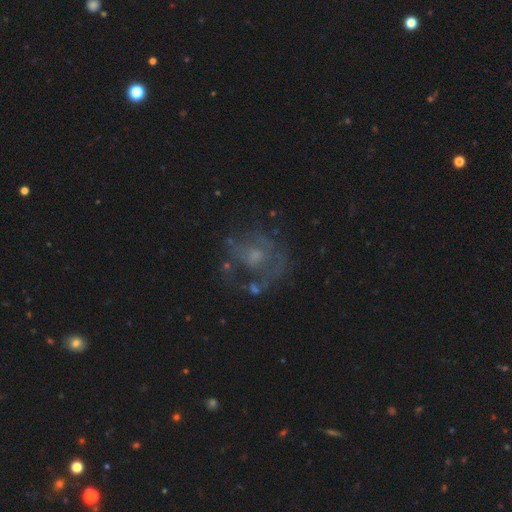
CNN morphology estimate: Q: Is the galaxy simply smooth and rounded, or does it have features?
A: featured or disk — 66%.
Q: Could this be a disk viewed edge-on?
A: no — 98%.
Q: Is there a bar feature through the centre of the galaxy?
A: no — 76%.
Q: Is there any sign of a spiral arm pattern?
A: yes — 58%.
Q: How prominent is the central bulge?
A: small — 46%.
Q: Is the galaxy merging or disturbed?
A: none — 51%.